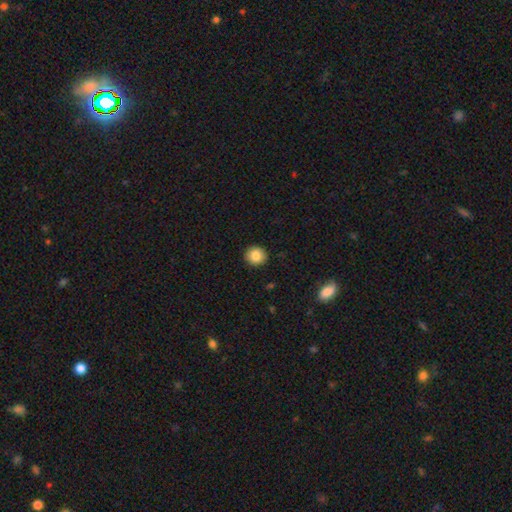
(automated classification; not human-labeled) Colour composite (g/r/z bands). It shows a smooth galaxy with no disk features (86%) that is round (90%). Merging: none (92%).